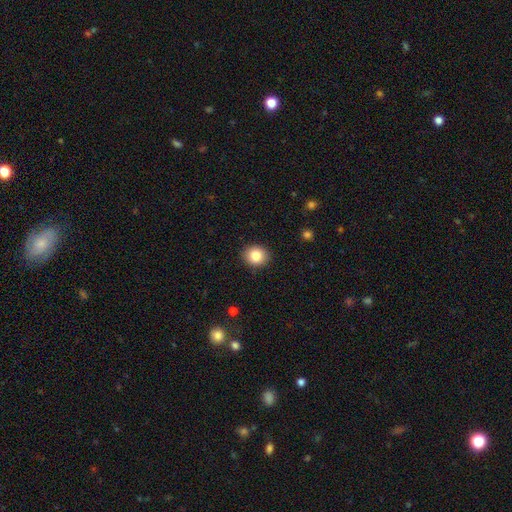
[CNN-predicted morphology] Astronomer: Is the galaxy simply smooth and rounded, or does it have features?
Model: smooth — 83%.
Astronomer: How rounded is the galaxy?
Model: round — 74%.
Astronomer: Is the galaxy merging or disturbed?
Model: none — 90%.